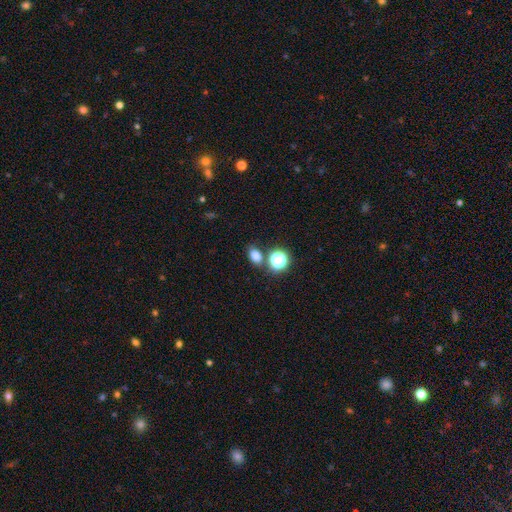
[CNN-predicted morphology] A smooth galaxy with no disk features (75%) that is in between round and cigar-shaped (64%).

Vote fractions:
- Smooth or featured? smooth: 75% / star or artifact: 19% / featured or disk: 7%
- How rounded? in between: 64% / round: 35% / cigar-shaped: 1%
- Merging? none: 71% / merger: 14% / minor disturbance: 11% / major disturbance: 4%